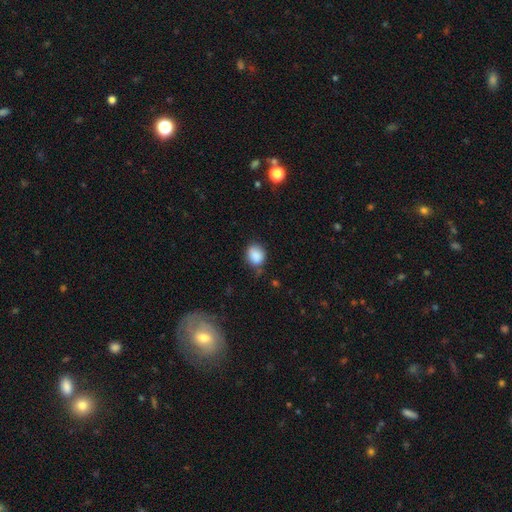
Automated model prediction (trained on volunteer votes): Q: Smooth or featured?
A: smooth (87%); runner-up: star or artifact (9%)
Q: How rounded?
A: round (55%); runner-up: in between (44%)
Q: Merging?
A: none (67%); runner-up: minor disturbance (24%)